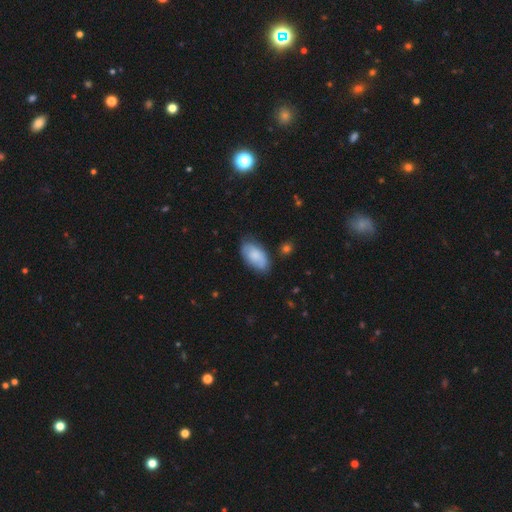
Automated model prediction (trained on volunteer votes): smooth 74%, featured or disk 20%, star or artifact 6%. Down the decision tree: how rounded — in between (94%); merging — none (68%).